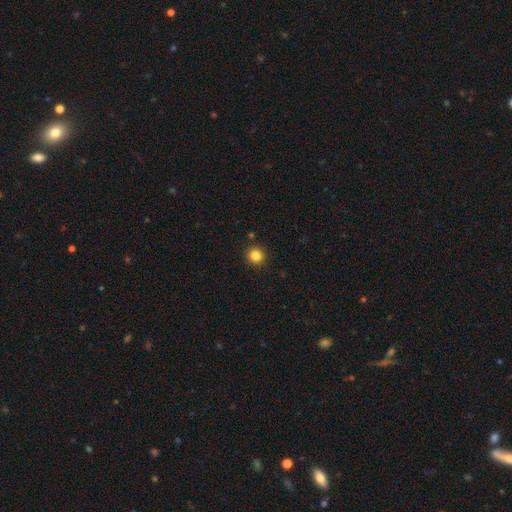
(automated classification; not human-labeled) This appears to be a smooth galaxy with no disk features (84%) that is round (94%). Merging: none (91%).